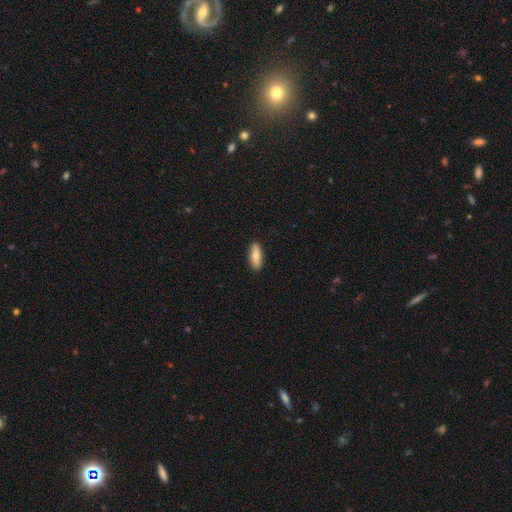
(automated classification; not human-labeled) smooth_or_featured: smooth (p=0.74) [alt: featured or disk p=0.21]
how_rounded: in between (p=0.61) [alt: cigar-shaped p=0.36]
merging: none (p=0.89) [alt: minor disturbance p=0.09]